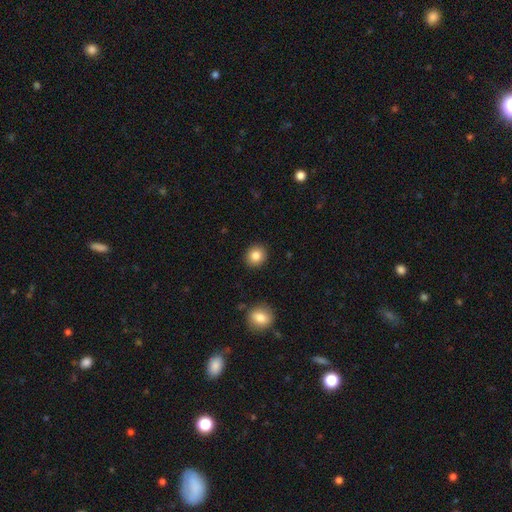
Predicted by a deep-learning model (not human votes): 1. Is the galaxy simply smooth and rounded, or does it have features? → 84% smooth, 10% star or artifact, 6% featured or disk.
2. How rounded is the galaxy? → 85% round, 14% in between, 1% cigar-shaped.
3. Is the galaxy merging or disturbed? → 91% none, 6% minor disturbance, 2% major disturbance, 1% merger.